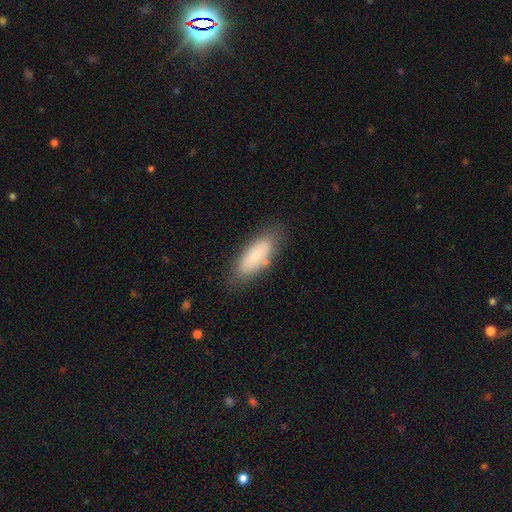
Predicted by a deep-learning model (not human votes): A smooth galaxy with no disk features (79%) that is in between round and cigar-shaped (71%).

Vote fractions:
- Smooth or featured? smooth: 79% / featured or disk: 14% / star or artifact: 7%
- How rounded? in between: 71% / cigar-shaped: 27% / round: 2%
- Merging? none: 75% / minor disturbance: 18% / major disturbance: 5% / merger: 3%